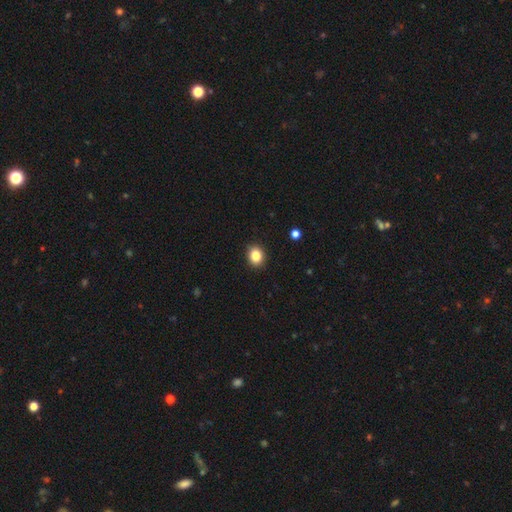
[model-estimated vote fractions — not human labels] The model was most divided on "how rounded": round: 57%, in between: 42%, cigar-shaped: 1%. More confident: merging — none (91%); smooth or featured — smooth (86%).